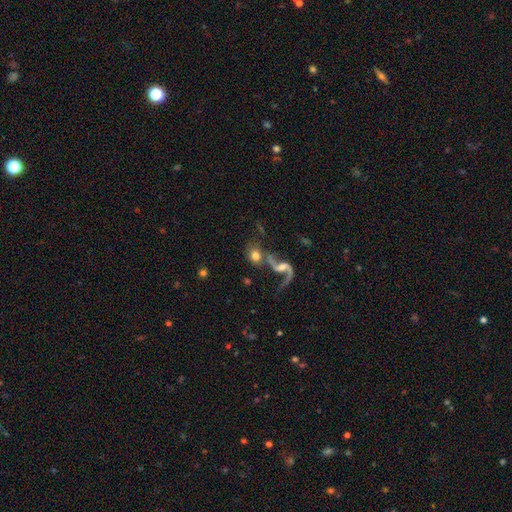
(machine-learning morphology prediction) type=smooth (57%); roundness=round (75%); merging=none (45%).